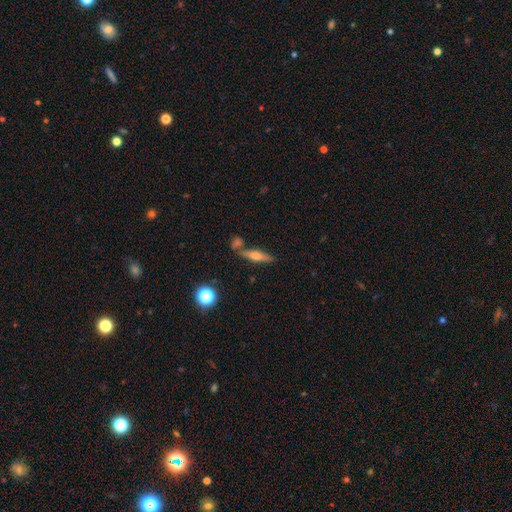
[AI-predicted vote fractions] featured or disk 47%, smooth 44%, star or artifact 9%. Down the decision tree: merging — none (68%).